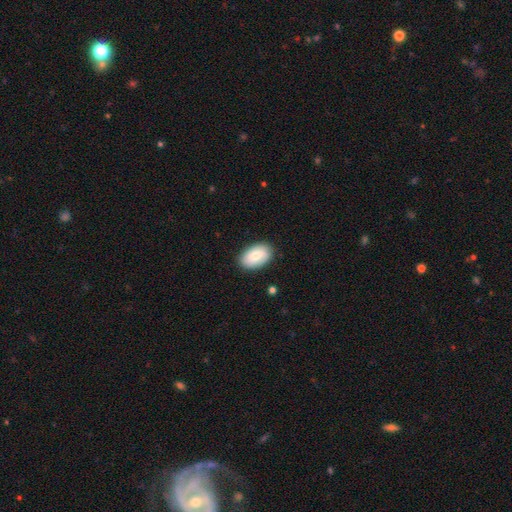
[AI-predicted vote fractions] Smooth or featured?
  - smooth: 72% *
  - featured or disk: 22%
  - star or artifact: 6%
How rounded?
  - in between: 91% *
  - round: 7%
  - cigar-shaped: 1%
Merging?
  - none: 85% *
  - minor disturbance: 11%
  - major disturbance: 2%
  - merger: 1%